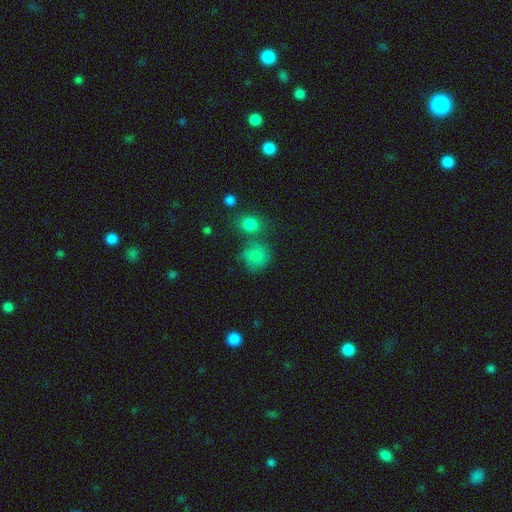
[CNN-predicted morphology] smooth_or_featured: smooth (p=0.79) [alt: featured or disk p=0.11]
how_rounded: round (p=0.79) [alt: in between p=0.20]
merging: none (p=0.55) [alt: merger p=0.19]